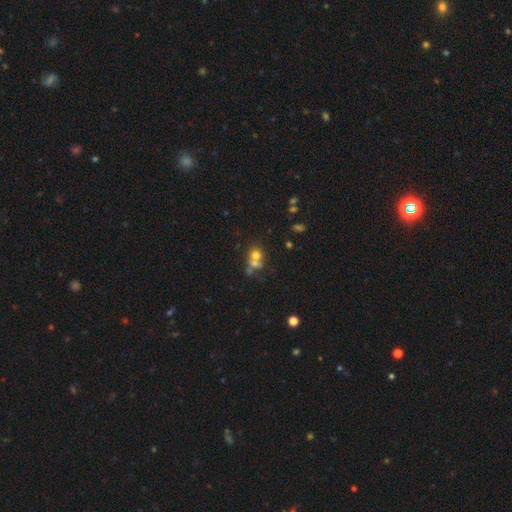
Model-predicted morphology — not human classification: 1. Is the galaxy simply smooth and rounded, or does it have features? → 62% smooth, 21% featured or disk, 17% star or artifact.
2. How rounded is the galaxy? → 74% round, 24% in between, 1% cigar-shaped.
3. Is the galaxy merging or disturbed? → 56% merger, 31% none, 8% minor disturbance, 5% major disturbance.